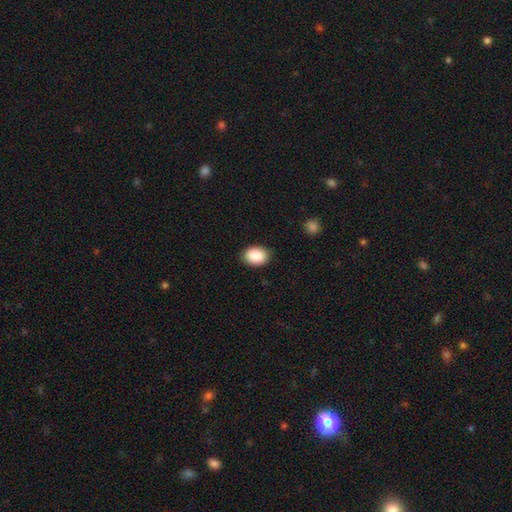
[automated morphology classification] smooth 89%, star or artifact 7%, featured or disk 4%. Down the decision tree: how rounded — in between (69%); merging — none (88%).